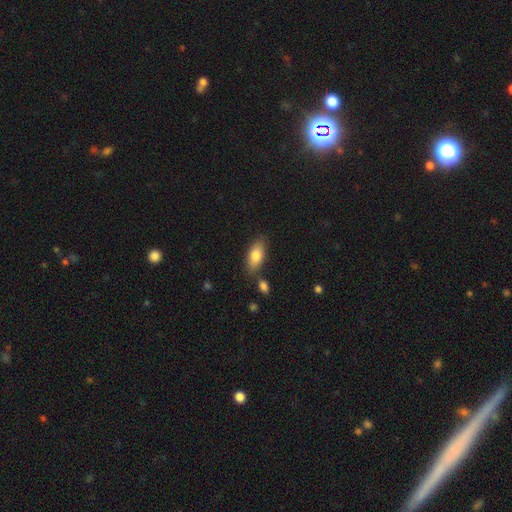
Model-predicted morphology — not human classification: smooth_or_featured: smooth (p=0.82) [alt: featured or disk p=0.12]
how_rounded: in between (p=0.88) [alt: cigar-shaped p=0.09]
merging: none (p=0.77) [alt: minor disturbance p=0.13]